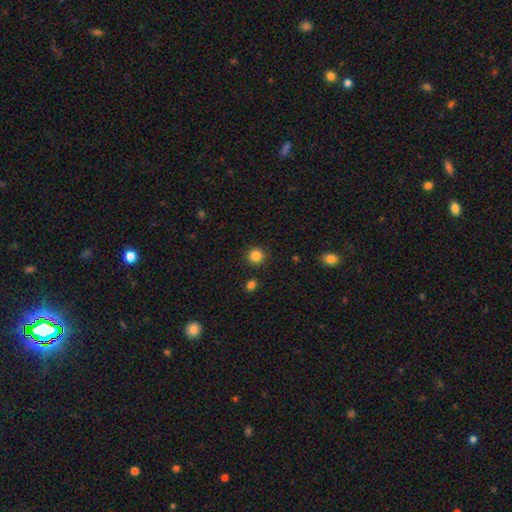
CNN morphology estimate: Smooth or featured? Predicted: smooth (p=0.84). How rounded? Predicted: round (p=0.93). Merging? Predicted: none (p=0.91).